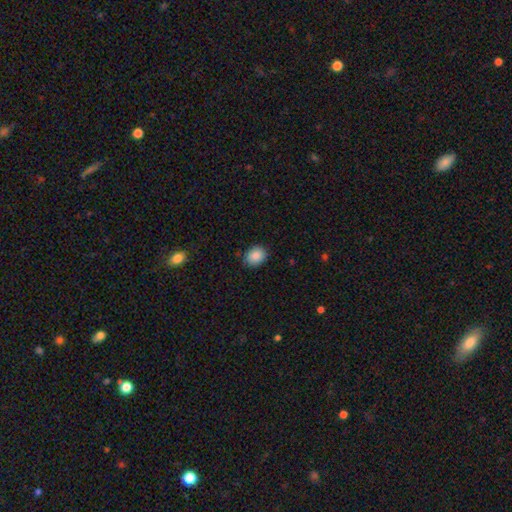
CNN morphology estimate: smooth_or_featured: smooth (p=0.88) [alt: star or artifact p=0.08]
how_rounded: round (p=0.51) [alt: in between p=0.48]
merging: none (p=0.82) [alt: minor disturbance p=0.14]